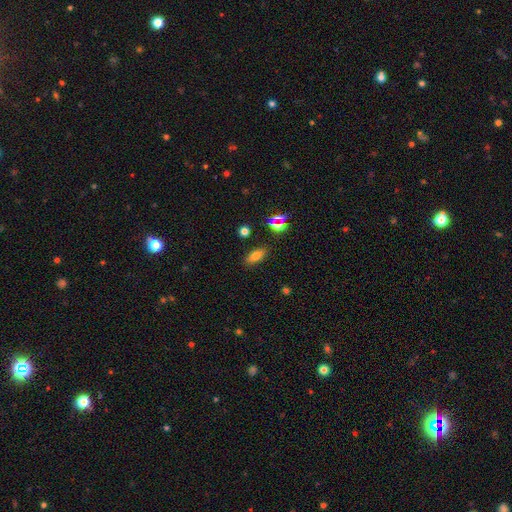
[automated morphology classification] smooth_or_featured: smooth (p=0.68) [alt: star or artifact p=0.17]
how_rounded: in between (p=0.74) [alt: cigar-shaped p=0.18]
merging: none (p=0.85) [alt: minor disturbance p=0.09]